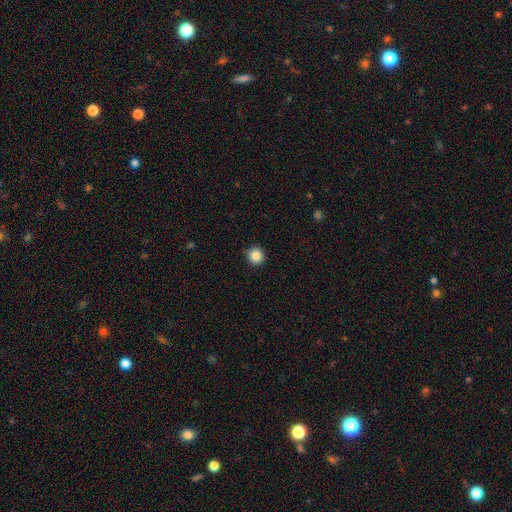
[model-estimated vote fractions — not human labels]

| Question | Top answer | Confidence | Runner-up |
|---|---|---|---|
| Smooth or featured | smooth | 86% | star or artifact (10%) |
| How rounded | round | 93% | in between (6%) |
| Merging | none | 87% | minor disturbance (10%) |